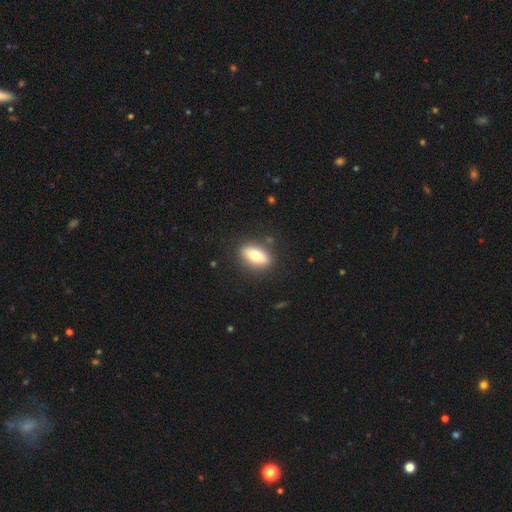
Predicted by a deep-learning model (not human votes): A smooth galaxy with no disk features (70%) that is in between round and cigar-shaped (77%). Merging: none (85%).